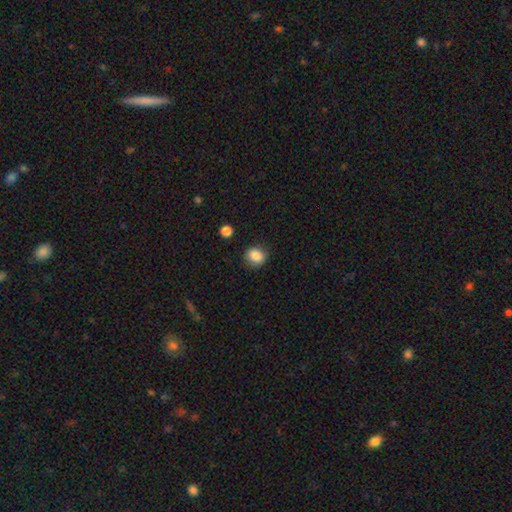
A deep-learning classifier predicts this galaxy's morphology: This is clearly a smooth galaxy (86%). How rounded: likely round (73%). Merging: clearly none (84%).